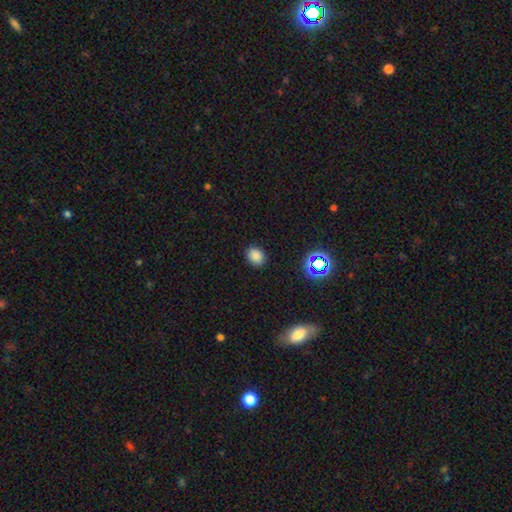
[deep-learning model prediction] smooth_or_featured: smooth (p=0.81) [alt: star or artifact p=0.15]
how_rounded: round (p=0.50) [alt: in between p=0.49]
merging: none (p=0.86) [alt: minor disturbance p=0.10]